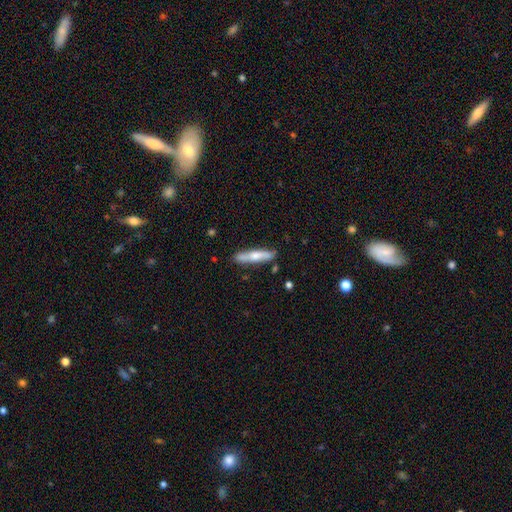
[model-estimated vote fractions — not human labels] Morphology: type=smooth (59%); roundness=cigar-shaped (84%); merging=none (82%).